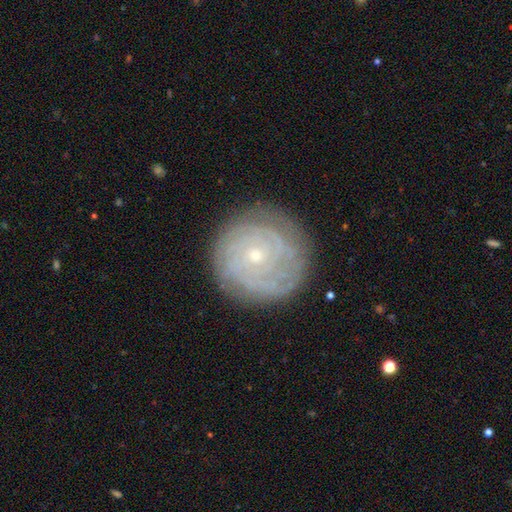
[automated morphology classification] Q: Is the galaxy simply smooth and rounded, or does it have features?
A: featured or disk — 79%.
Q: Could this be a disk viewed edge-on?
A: no — 98%.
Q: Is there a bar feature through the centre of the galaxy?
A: no — 81%.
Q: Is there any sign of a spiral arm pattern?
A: yes — 93%.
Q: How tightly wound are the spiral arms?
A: tight — 85%.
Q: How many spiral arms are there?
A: can't tell — 39%.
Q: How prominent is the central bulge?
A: small — 80%.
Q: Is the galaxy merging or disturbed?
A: none — 82%.